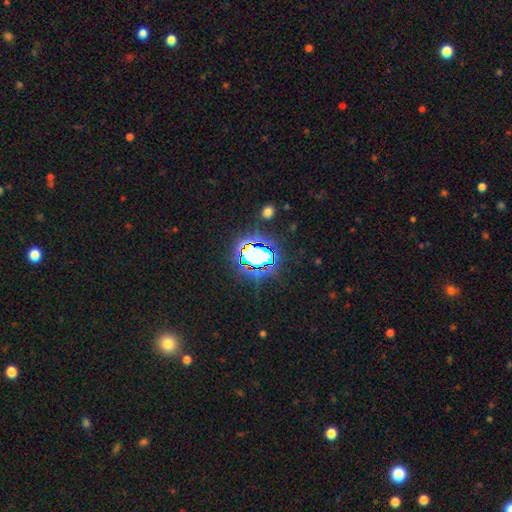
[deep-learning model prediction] Smooth or featured? star or artifact (67%)